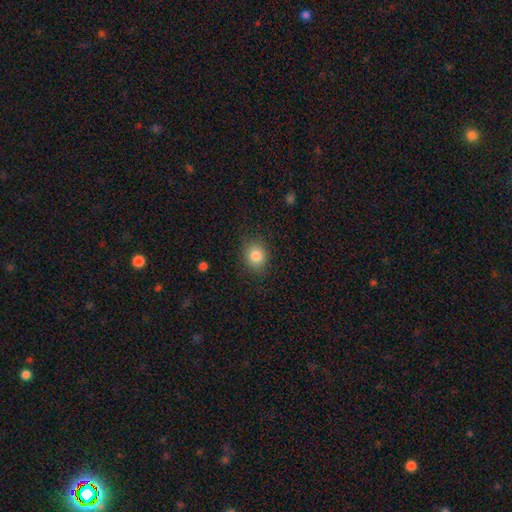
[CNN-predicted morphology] Smooth or featured? Predicted: smooth (p=0.83). How rounded? Predicted: round (p=0.66). Merging? Predicted: none (p=0.85).